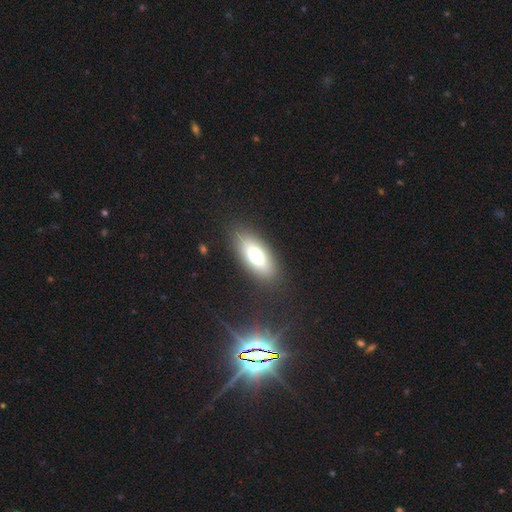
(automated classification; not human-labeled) The model was most divided on "smooth or featured": smooth: 71%, featured or disk: 21%, star or artifact: 8%. More confident: merging — none (86%); how rounded — in between (80%).